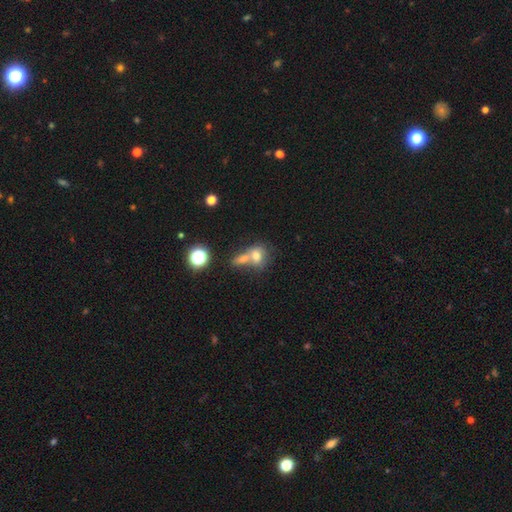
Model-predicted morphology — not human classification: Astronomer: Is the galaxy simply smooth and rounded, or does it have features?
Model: smooth — 69%.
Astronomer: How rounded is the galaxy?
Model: round — 53% (runner-up: in between, 45%).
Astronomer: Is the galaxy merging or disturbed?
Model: merger — 59%.